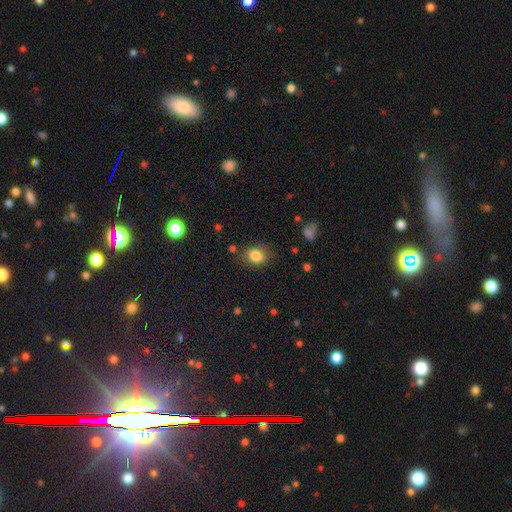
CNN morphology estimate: smooth 83%, star or artifact 10%, featured or disk 7%. Down the decision tree: how rounded — in between (57%); merging — none (75%).